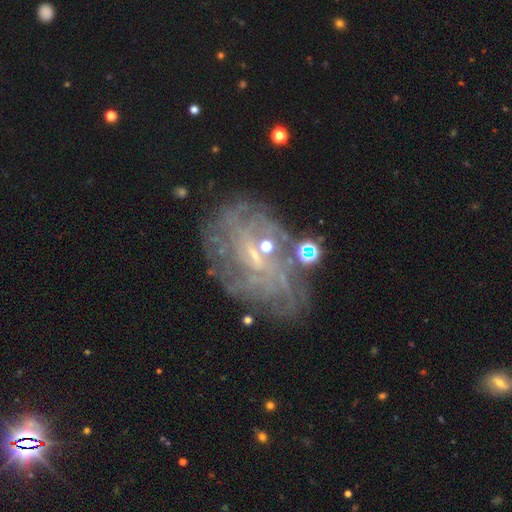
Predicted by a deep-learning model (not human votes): Q: Smooth or featured?
A: featured or disk (76%); runner-up: smooth (12%)
Q: Edge-on disk?
A: no (96%); runner-up: yes (4%)
Q: Bar?
A: weak (49%); runner-up: no (37%)
Q: Spiral arms?
A: yes (82%); runner-up: no (18%)
Q: Spiral winding?
A: tight (62%); runner-up: medium (26%)
Q: Spiral arm count?
A: can't tell (53%); runner-up: more than 4 (15%)
Q: Bulge size?
A: small (70%); runner-up: moderate (18%)
Q: Merging?
A: none (68%); runner-up: minor disturbance (17%)